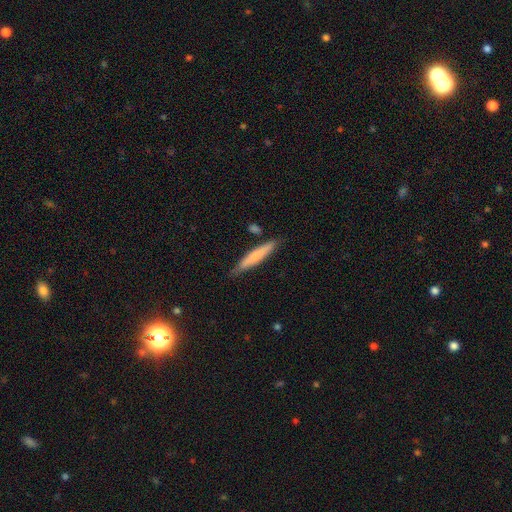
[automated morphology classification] Smooth or featured? smooth (66%)
How rounded? cigar-shaped (92%)
Merging? none (82%)